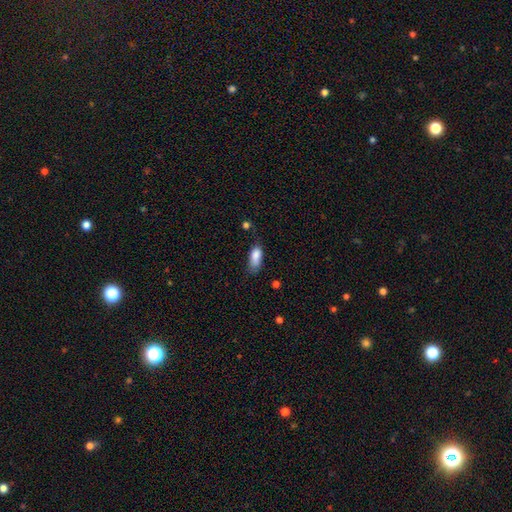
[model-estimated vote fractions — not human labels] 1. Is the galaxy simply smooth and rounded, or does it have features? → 84% smooth, 8% star or artifact, 8% featured or disk.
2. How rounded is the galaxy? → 84% in between, 13% cigar-shaped, 3% round.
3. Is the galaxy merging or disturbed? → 48% none, 35% minor disturbance, 13% major disturbance, 4% merger.